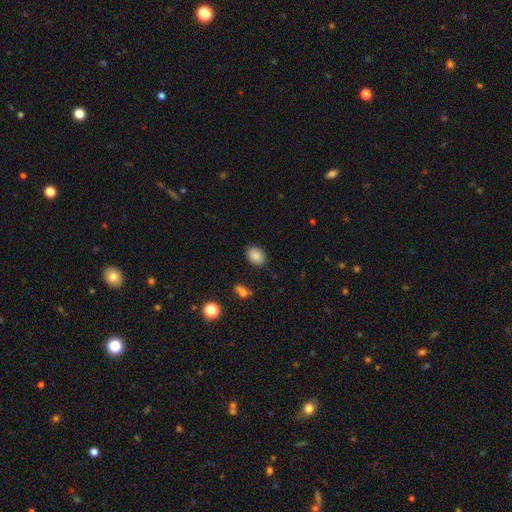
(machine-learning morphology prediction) type=smooth (87%); roundness=in between (73%); merging=none (85%).